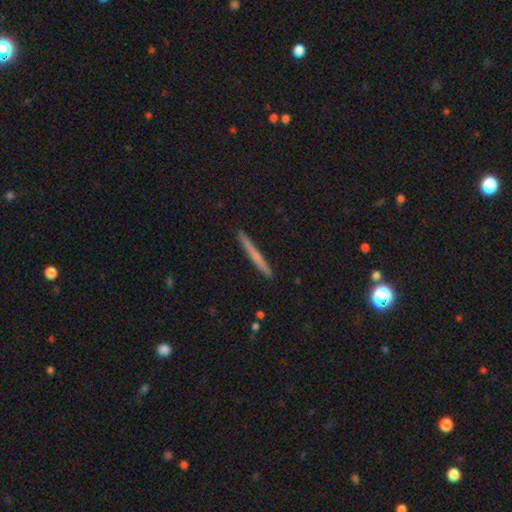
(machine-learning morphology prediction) A smooth galaxy with no disk features (59%) that is cigar-shaped (97%). Merging: none (92%).